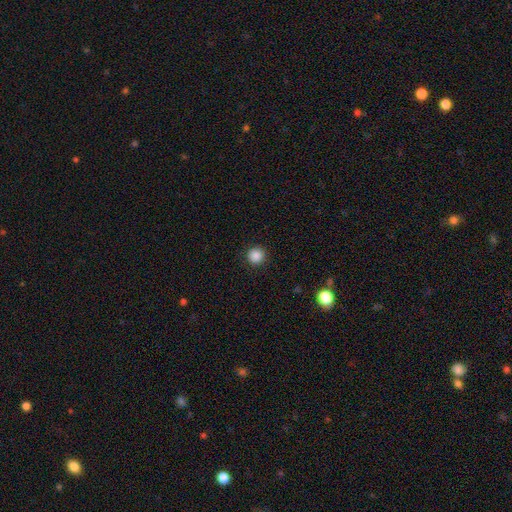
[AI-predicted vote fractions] A smooth galaxy with no disk features (87%) that is round (95%). Merging: none (91%).